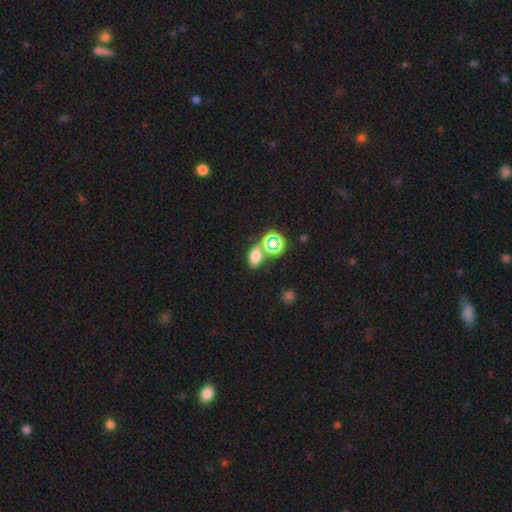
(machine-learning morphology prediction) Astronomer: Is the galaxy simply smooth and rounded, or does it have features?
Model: smooth — 65%.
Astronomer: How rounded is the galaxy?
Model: in between — 83%.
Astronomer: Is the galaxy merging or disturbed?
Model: none — 65%.